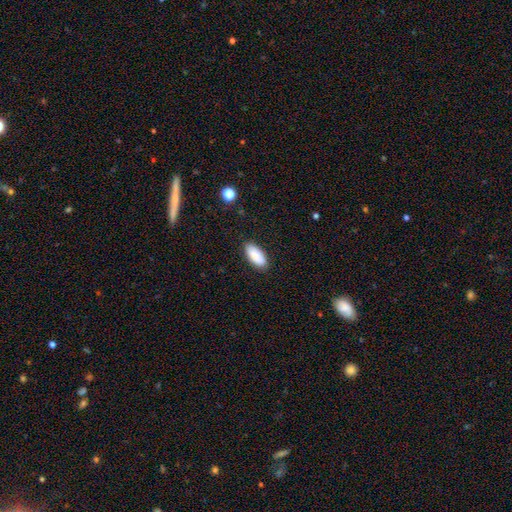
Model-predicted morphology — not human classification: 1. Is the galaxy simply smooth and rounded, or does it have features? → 87% smooth, 6% featured or disk, 6% star or artifact.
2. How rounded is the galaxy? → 90% in between, 8% cigar-shaped, 2% round.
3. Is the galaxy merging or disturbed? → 87% none, 10% minor disturbance, 2% major disturbance, 1% merger.